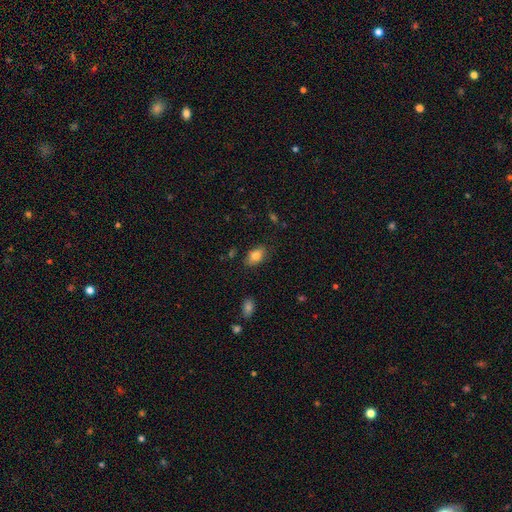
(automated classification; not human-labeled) The model was most divided on "merging": none: 81%, minor disturbance: 15%, major disturbance: 3%, merger: 2%. More confident: how rounded — in between (89%); smooth or featured — smooth (80%).